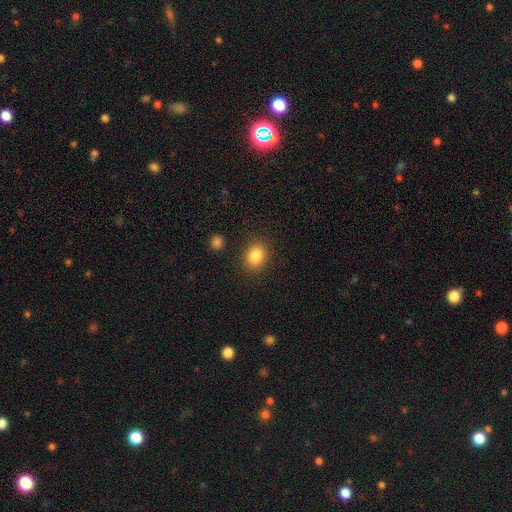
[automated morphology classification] Q: Smooth or featured?
A: smooth (85%); runner-up: star or artifact (9%)
Q: How rounded?
A: round (50%); runner-up: in between (49%)
Q: Merging?
A: none (85%); runner-up: minor disturbance (9%)